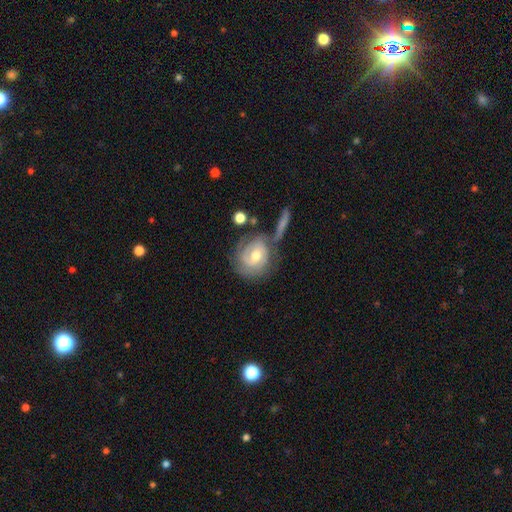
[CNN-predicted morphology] type=featured or disk (72%); edge-on=no (96%); bar=no (50%); spiral arms=yes (86%); winding=tight (64%); arm count=2 (41%); bulge=moderate (71%); merging=none (54%).